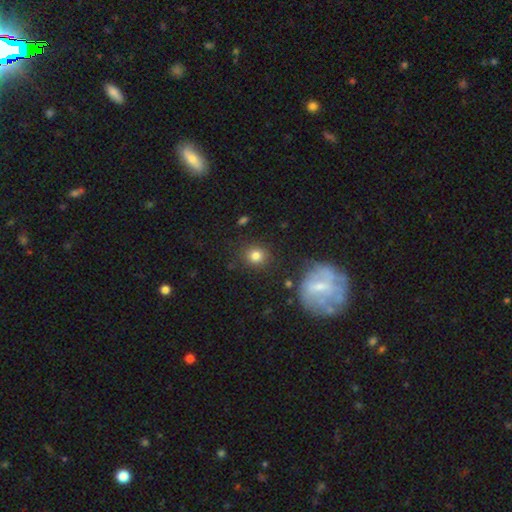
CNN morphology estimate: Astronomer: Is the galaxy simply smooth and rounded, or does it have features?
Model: smooth — 81%.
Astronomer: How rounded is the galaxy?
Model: round — 82%.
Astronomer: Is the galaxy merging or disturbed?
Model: none — 86%.